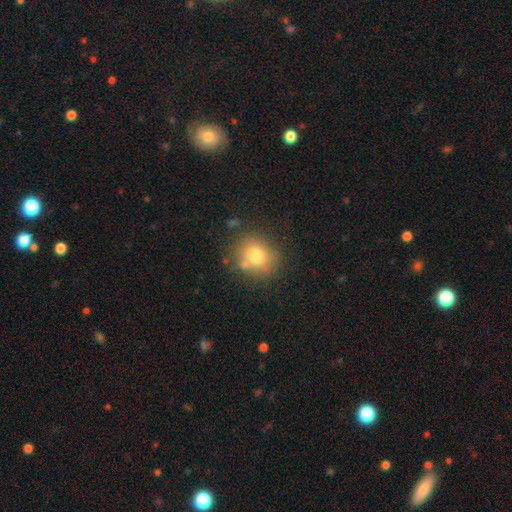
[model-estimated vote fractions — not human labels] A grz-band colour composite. It shows a smooth galaxy with no disk features (75%) that is round (76%). Merging: none (72%).